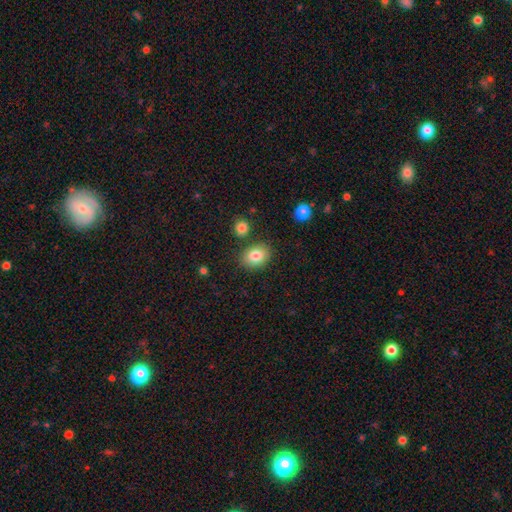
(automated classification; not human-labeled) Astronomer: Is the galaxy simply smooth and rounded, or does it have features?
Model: smooth — 82%.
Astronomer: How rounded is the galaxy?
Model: in between — 63%.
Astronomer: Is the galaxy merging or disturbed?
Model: none — 82%.